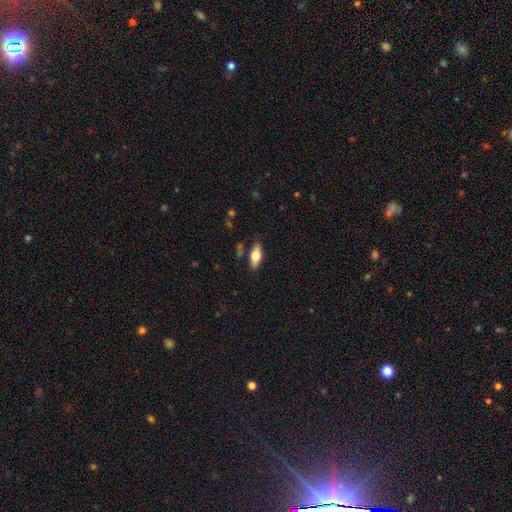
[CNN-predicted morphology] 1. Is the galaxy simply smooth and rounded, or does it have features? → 68% smooth, 26% featured or disk, 6% star or artifact.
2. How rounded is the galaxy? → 78% in between, 19% cigar-shaped, 3% round.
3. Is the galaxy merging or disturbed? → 83% none, 12% minor disturbance, 3% merger, 3% major disturbance.